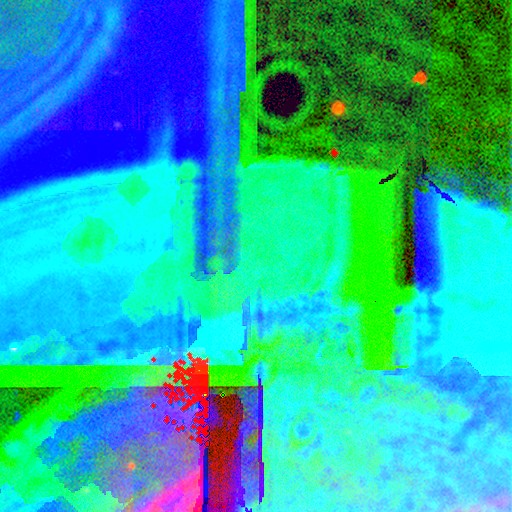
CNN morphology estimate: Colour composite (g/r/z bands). It shows a star or artifact, not a galaxy (86%).